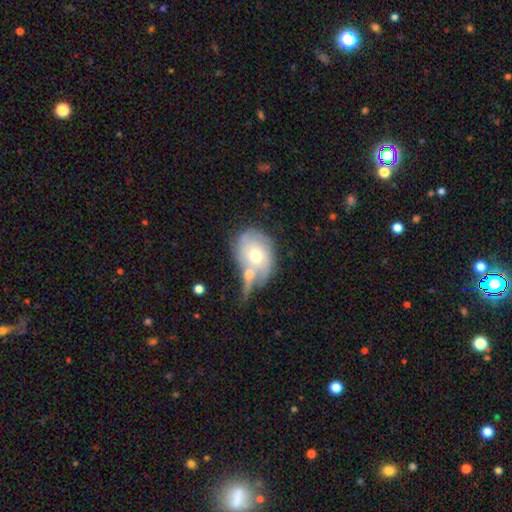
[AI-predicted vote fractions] This is possibly a featured or disk galaxy (50%). It is clearly not viewed edge-on (94%). Merging: possibly merger (50%).